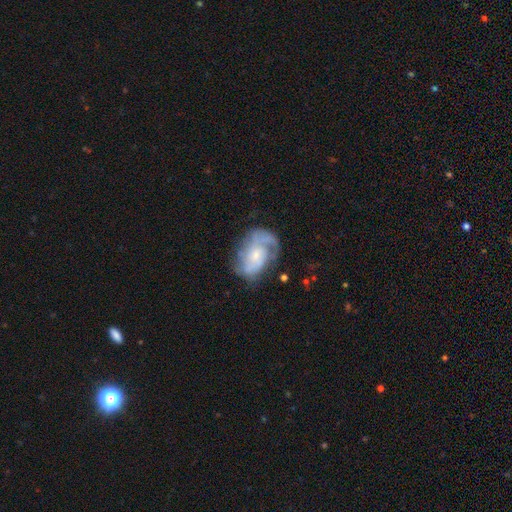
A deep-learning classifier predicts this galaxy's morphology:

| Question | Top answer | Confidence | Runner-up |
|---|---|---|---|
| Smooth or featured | featured or disk | 77% | smooth (17%) |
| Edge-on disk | no | 97% | yes (3%) |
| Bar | no | 69% | weak (26%) |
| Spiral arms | yes | 89% | no (11%) |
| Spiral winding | medium | 42% | tight (34%) |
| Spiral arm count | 2 | 50% | can't tell (21%) |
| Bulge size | small | 58% | moderate (30%) |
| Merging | none | 55% | minor disturbance (23%) |